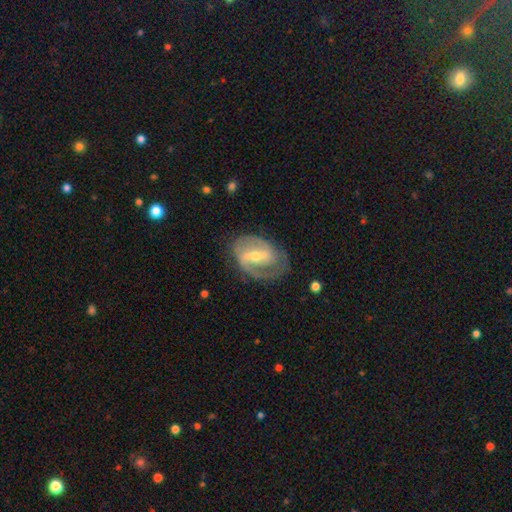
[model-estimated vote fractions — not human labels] Smooth or featured? featured or disk (85%)
Edge-on disk? no (96%)
Bar? strong (55%)
Spiral arms? yes (91%)
Spiral winding? medium (48%)
Spiral arm count? 2 (78%)
Bulge size? small (49%)
Merging? none (69%)